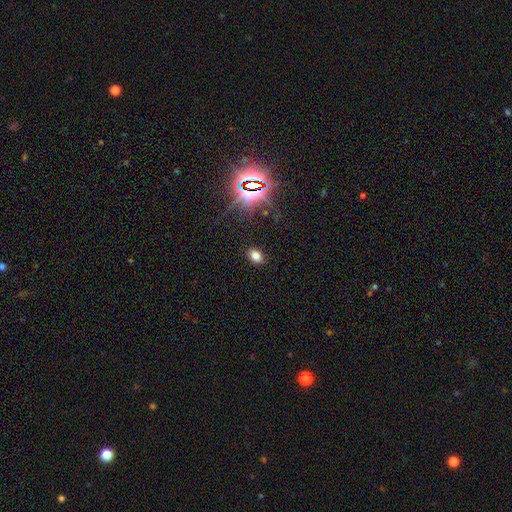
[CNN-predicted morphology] Smooth or featured? smooth (74%)
How rounded? in between (77%)
Merging? none (88%)